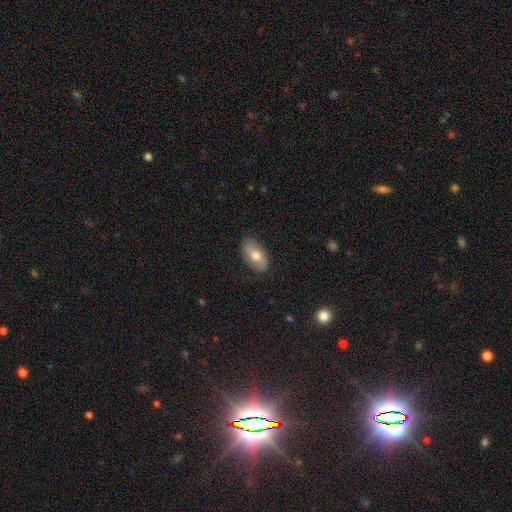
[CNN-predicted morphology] Smooth or featured: smooth — 57% (featured or disk — 36%)
How rounded: in between — 90% (round — 6%)
Merging: none — 81% (minor disturbance — 14%)